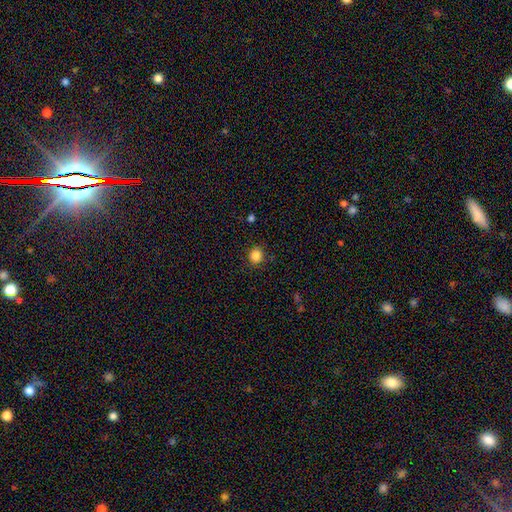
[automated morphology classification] A smooth galaxy with no disk features (86%) that is round (88%).

Vote fractions:
- Smooth or featured? smooth: 86% / star or artifact: 11% / featured or disk: 3%
- How rounded? round: 88% / in between: 11% / cigar-shaped: 1%
- Merging? none: 89% / minor disturbance: 8% / major disturbance: 2% / merger: 1%